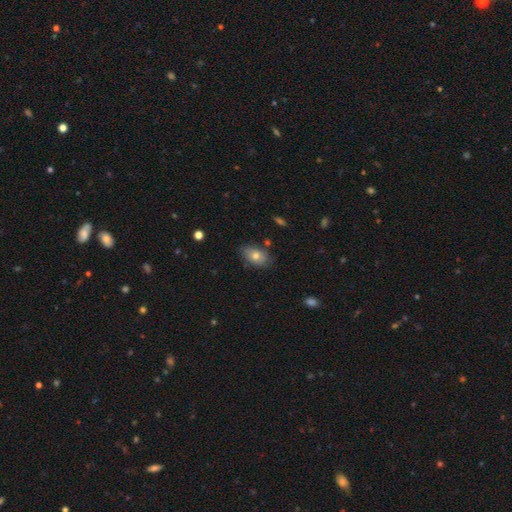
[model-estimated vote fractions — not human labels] This appears to be a smooth galaxy with no disk features (74%) that is in between round and cigar-shaped (86%). Merging: none (77%).